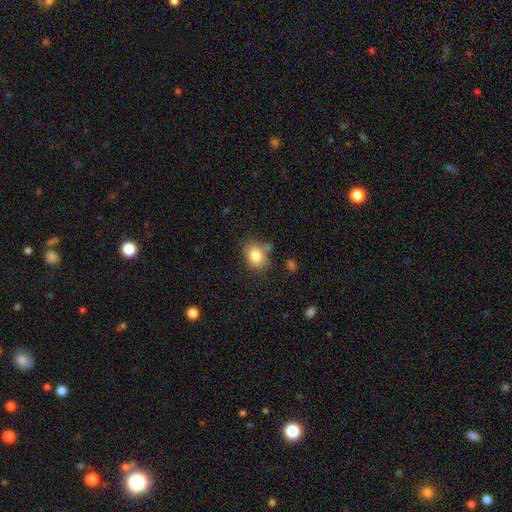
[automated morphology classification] This is clearly a smooth galaxy (81%). How rounded: possibly in between (59%). Merging: likely none (67%).